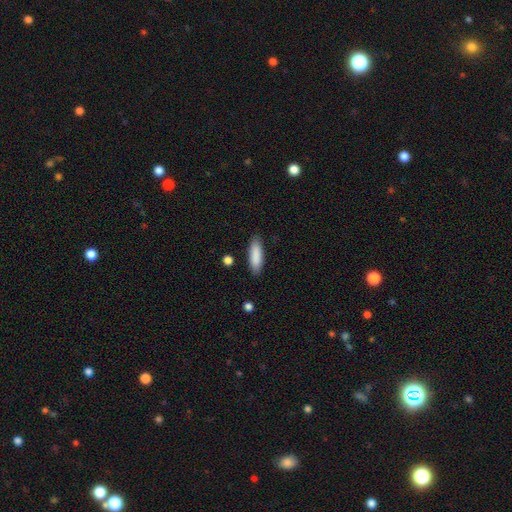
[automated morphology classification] smooth-or-featured: smooth: 87% | featured or disk: 7% | star or artifact: 6%
  how-rounded: cigar-shaped: 54% | in between: 45% | round: 2%
  merging: none: 87% | minor disturbance: 10% | major disturbance: 2% | merger: 2%